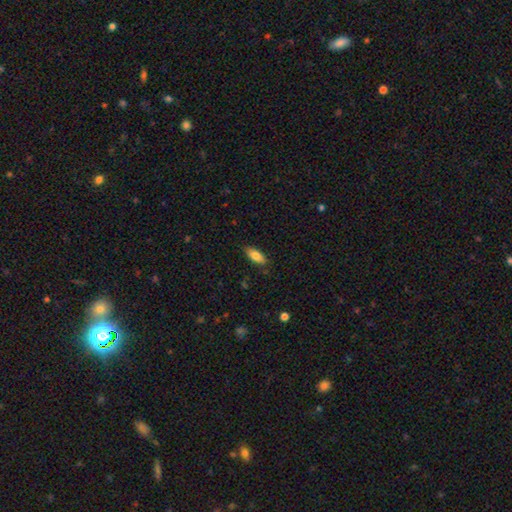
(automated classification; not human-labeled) Smooth or featured? Predicted: smooth (p=0.80). How rounded? Predicted: in between (p=0.81). Merging? Predicted: none (p=0.85).